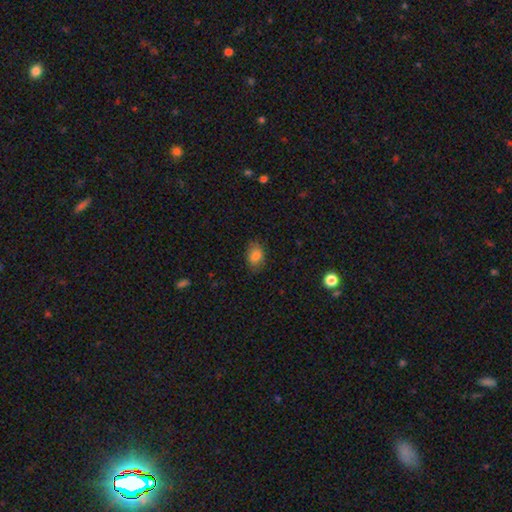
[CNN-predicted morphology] Smooth or featured?
  - smooth: 84% *
  - star or artifact: 9%
  - featured or disk: 7%
How rounded?
  - in between: 79% *
  - round: 20%
  - cigar-shaped: 1%
Merging?
  - none: 80% *
  - minor disturbance: 16%
  - major disturbance: 4%
  - merger: 1%